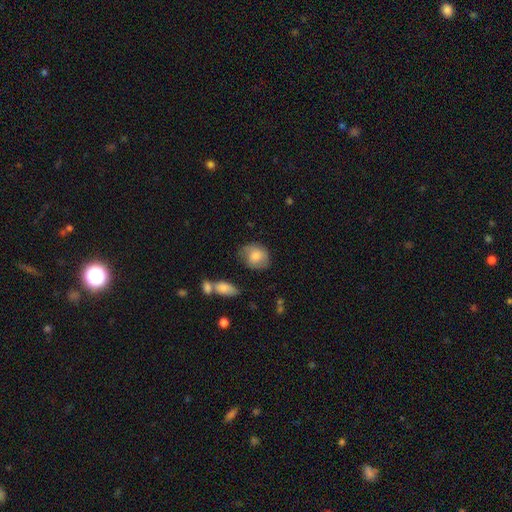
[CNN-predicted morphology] Smooth or featured?
  - smooth: 70% *
  - featured or disk: 23%
  - star or artifact: 7%
How rounded?
  - round: 53% *
  - in between: 46%
  - cigar-shaped: 1%
Merging?
  - none: 57% *
  - minor disturbance: 29%
  - major disturbance: 10%
  - merger: 4%